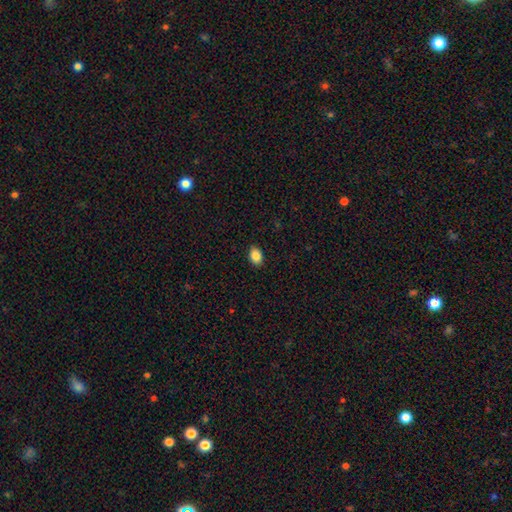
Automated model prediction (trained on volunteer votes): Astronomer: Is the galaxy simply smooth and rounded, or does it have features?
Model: smooth — 87%.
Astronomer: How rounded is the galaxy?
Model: in between — 78%.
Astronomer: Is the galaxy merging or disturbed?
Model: none — 90%.